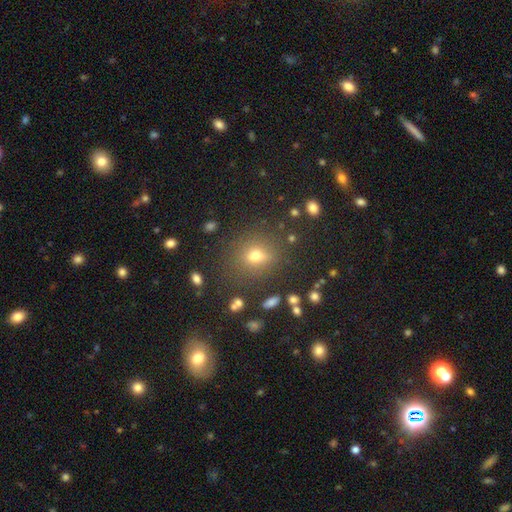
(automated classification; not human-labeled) Smooth or featured? Predicted: smooth (p=0.65). How rounded? Predicted: round (p=0.62). Merging? Predicted: none (p=0.78).